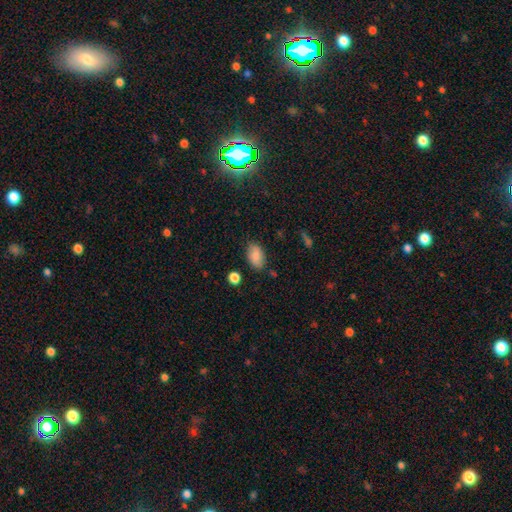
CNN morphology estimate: Smooth or featured: smooth — 84% (featured or disk — 8%)
How rounded: in between — 91% (round — 7%)
Merging: none — 80% (minor disturbance — 15%)